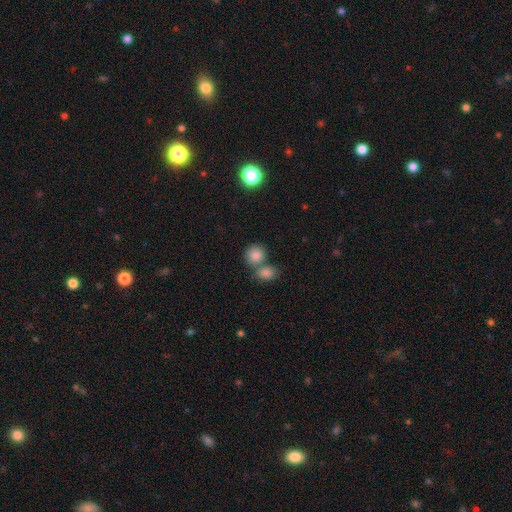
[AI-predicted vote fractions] Smooth or featured: smooth — 84% (star or artifact — 9%)
How rounded: round — 78% (in between — 20%)
Merging: merger — 45% (none — 44%)